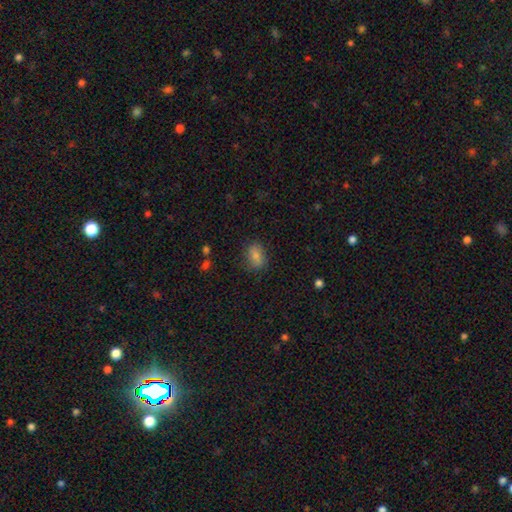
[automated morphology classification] This appears to be a smooth galaxy with no disk features (79%) that is in between round and cigar-shaped (75%). Merging: none (79%).